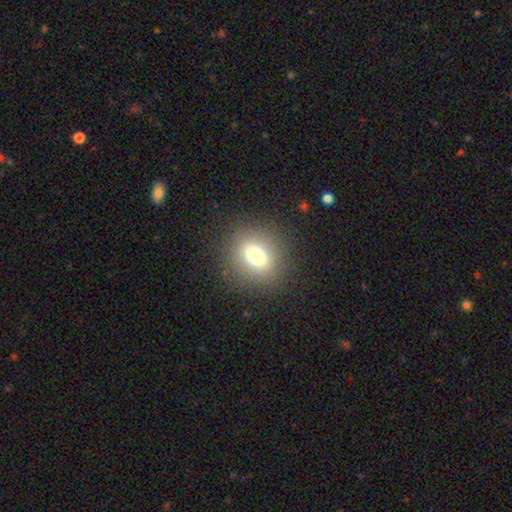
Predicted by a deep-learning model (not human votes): The model was most divided on "how rounded": round: 70%, in between: 29%, cigar-shaped: 1%. More confident: merging — none (88%); smooth or featured — smooth (74%).